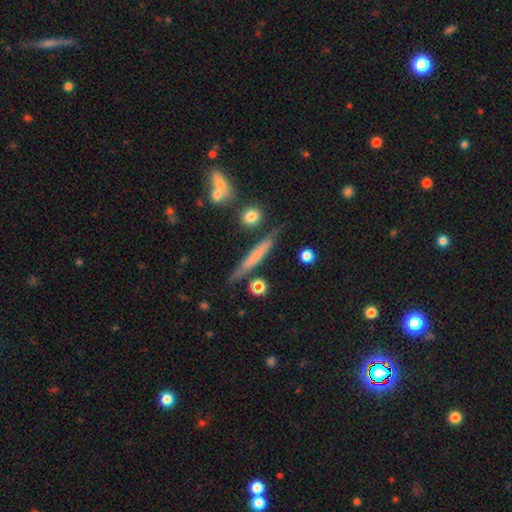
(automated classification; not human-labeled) Smooth or featured? Predicted: smooth (p=0.51). How rounded? Predicted: cigar-shaped (p=0.91). Merging? Predicted: none (p=0.76).